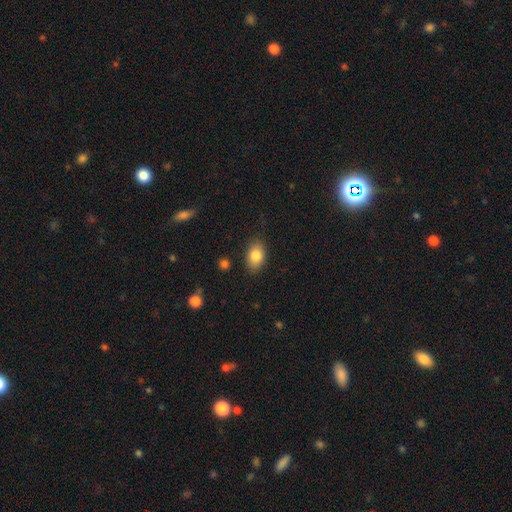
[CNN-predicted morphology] Smooth or featured? smooth (84%)
How rounded? in between (85%)
Merging? none (85%)